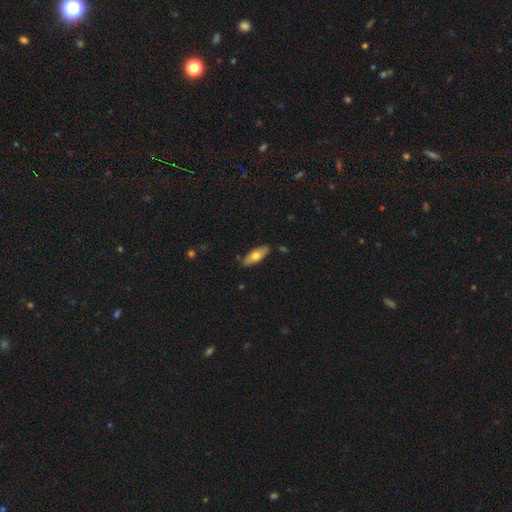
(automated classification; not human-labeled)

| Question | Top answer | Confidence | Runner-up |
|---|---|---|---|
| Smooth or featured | smooth | 67% | featured or disk (28%) |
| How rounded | in between | 70% | cigar-shaped (28%) |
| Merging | none | 83% | minor disturbance (13%) |